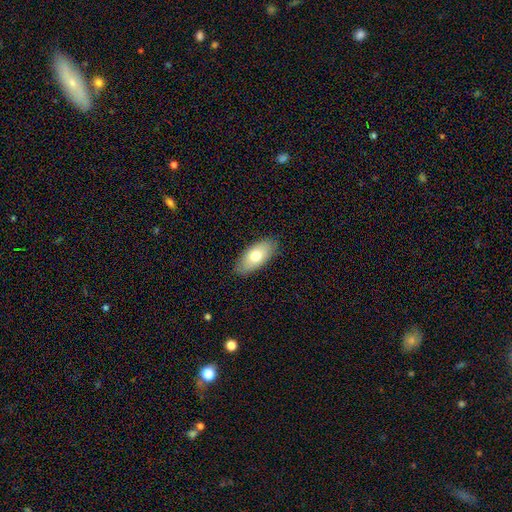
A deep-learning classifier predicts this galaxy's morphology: smooth 71%, featured or disk 23%, star or artifact 6%. Down the decision tree: how rounded — in between (91%); merging — none (86%).